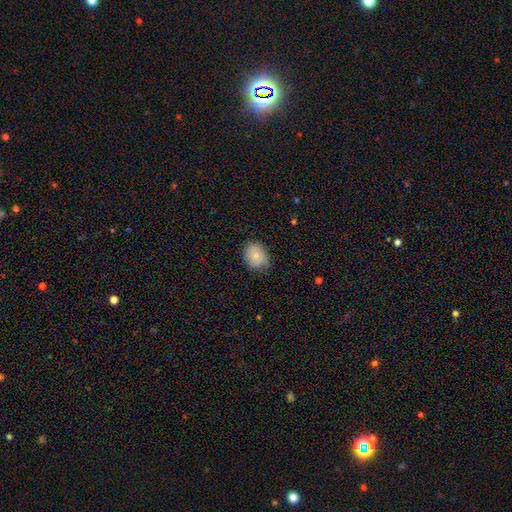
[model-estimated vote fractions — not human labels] smooth_or_featured: smooth (p=0.80) [alt: featured or disk p=0.12]
how_rounded: round (p=0.58) [alt: in between p=0.41]
merging: none (p=0.78) [alt: minor disturbance p=0.18]